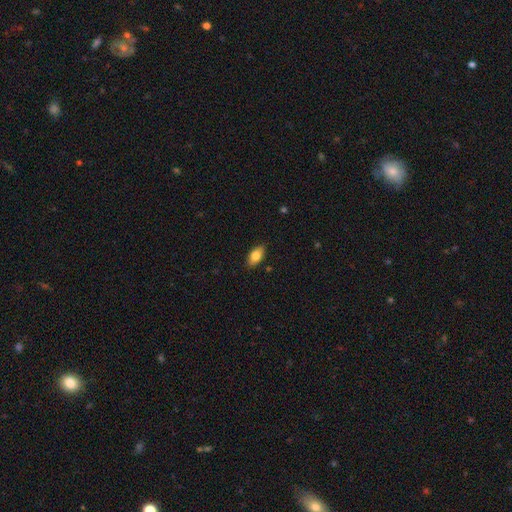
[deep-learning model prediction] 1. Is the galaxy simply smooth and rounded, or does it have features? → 79% smooth, 14% featured or disk, 7% star or artifact.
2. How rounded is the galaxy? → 89% in between, 7% cigar-shaped, 4% round.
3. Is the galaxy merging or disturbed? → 86% none, 11% minor disturbance, 2% major disturbance, 1% merger.